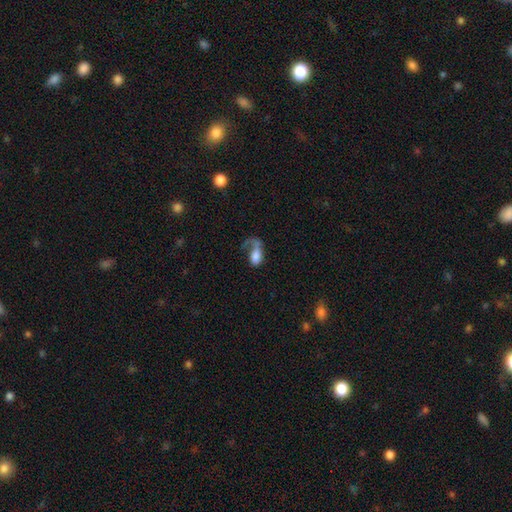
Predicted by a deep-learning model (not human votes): Q: Smooth or featured?
A: smooth (57%); runner-up: featured or disk (34%)
Q: How rounded?
A: in between (86%); runner-up: round (10%)
Q: Merging?
A: major disturbance (54%); runner-up: none (22%)